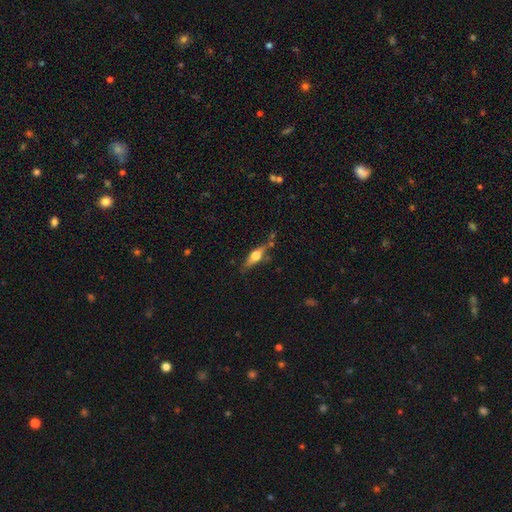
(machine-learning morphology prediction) Smooth or featured: featured or disk — 50% (smooth — 44%)
Merging: none — 67% (minor disturbance — 20%)